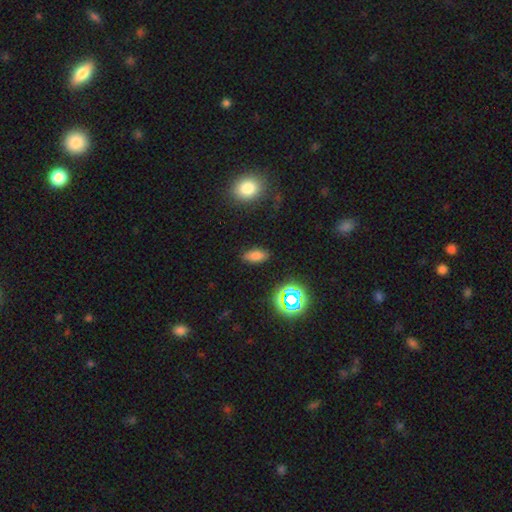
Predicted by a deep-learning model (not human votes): A smooth galaxy with no disk features (73%) that is in between round and cigar-shaped (86%).

Vote fractions:
- Smooth or featured? smooth: 73% / star or artifact: 18% / featured or disk: 8%
- How rounded? in between: 86% / cigar-shaped: 10% / round: 5%
- Merging? none: 87% / minor disturbance: 9% / major disturbance: 3% / merger: 2%